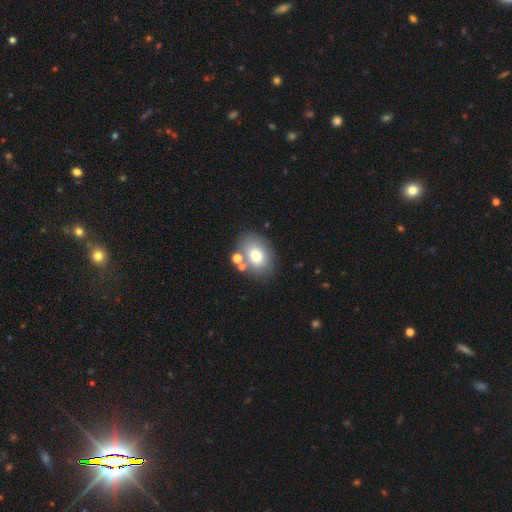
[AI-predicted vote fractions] smooth_or_featured: smooth (p=0.74) [alt: featured or disk p=0.16]
how_rounded: in between (p=0.68) [alt: round p=0.31]
merging: none (p=0.68) [alt: minor disturbance p=0.14]